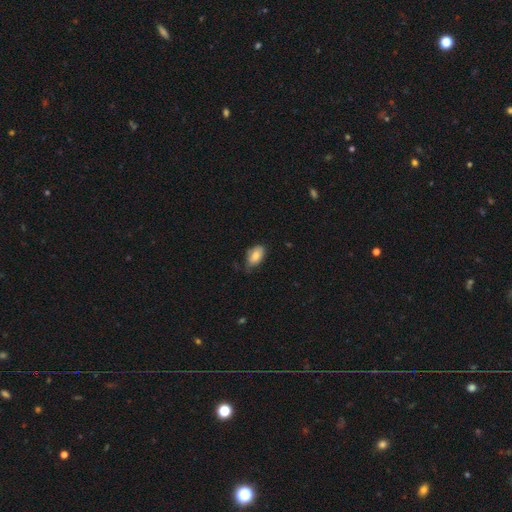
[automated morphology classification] Q: Smooth or featured?
A: smooth (80%); runner-up: featured or disk (13%)
Q: How rounded?
A: in between (92%); runner-up: round (6%)
Q: Merging?
A: none (55%); runner-up: minor disturbance (36%)